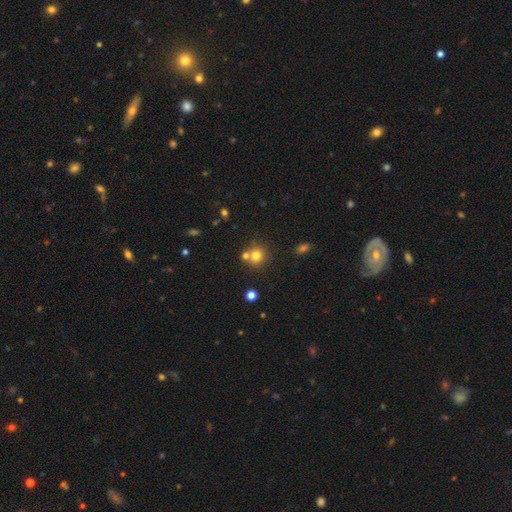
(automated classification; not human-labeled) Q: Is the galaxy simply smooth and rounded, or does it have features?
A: smooth — 76%.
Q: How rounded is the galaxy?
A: round — 86%.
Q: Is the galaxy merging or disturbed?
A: none — 59%.